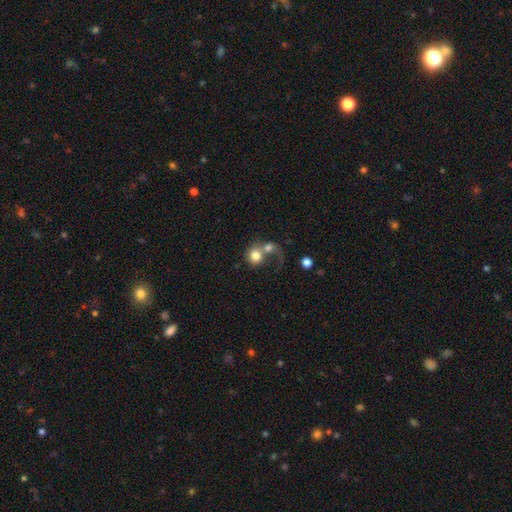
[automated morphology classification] Q: Smooth or featured?
A: smooth (71%); runner-up: featured or disk (20%)
Q: How rounded?
A: round (80%); runner-up: in between (19%)
Q: Merging?
A: merger (61%); runner-up: none (19%)